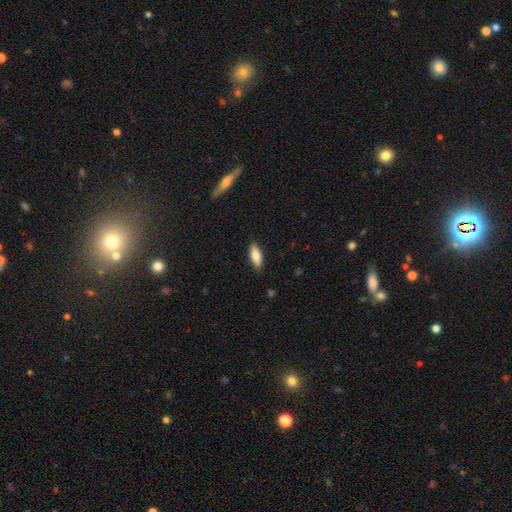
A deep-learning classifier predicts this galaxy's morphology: type=smooth (79%); roundness=in between (74%); merging=none (85%).